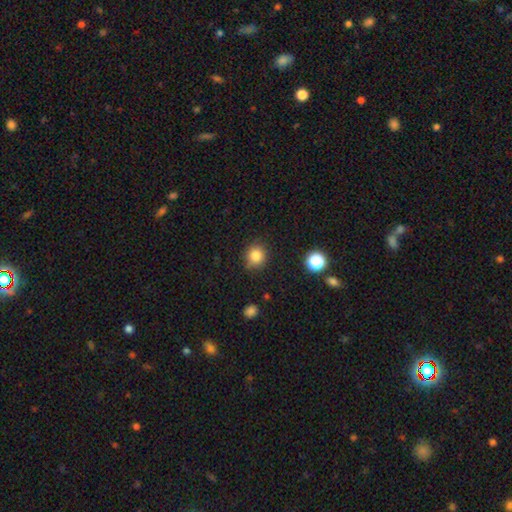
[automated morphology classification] Smooth or featured? smooth (83%)
How rounded? round (89%)
Merging? none (81%)